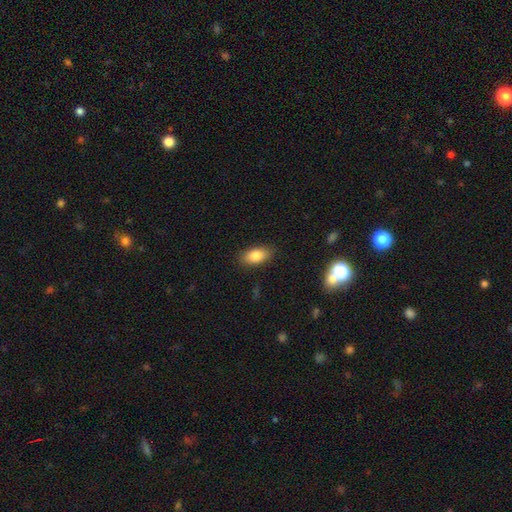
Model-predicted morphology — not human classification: This appears to be a smooth galaxy with no disk features (83%) that is in between round and cigar-shaped (90%). Merging: none (87%).